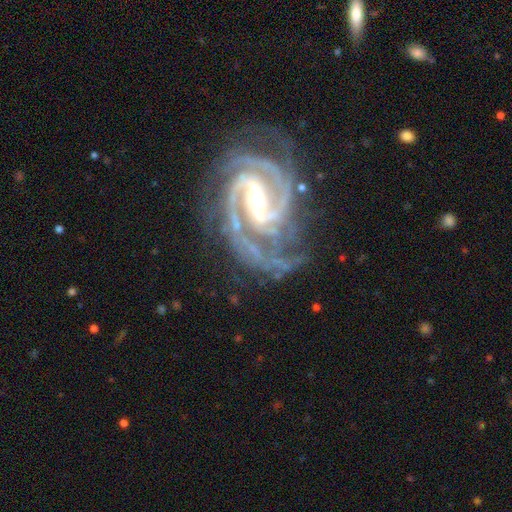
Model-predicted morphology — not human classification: smooth_or_featured: featured or disk (p=0.93) [alt: star or artifact p=0.05]
disk_edge_on: no (p=0.97) [alt: yes p=0.03]
bar: strong (p=0.54) [alt: weak p=0.34]
has_spiral_arms: yes (p=0.99) [alt: no p=0.01]
spiral_winding: tight (p=0.61) [alt: medium p=0.34]
spiral_arm_count: 2 (p=0.59) [alt: 3 p=0.20]
bulge_size: small (p=0.48) [alt: moderate p=0.44]
merging: none (p=0.74) [alt: minor disturbance p=0.16]